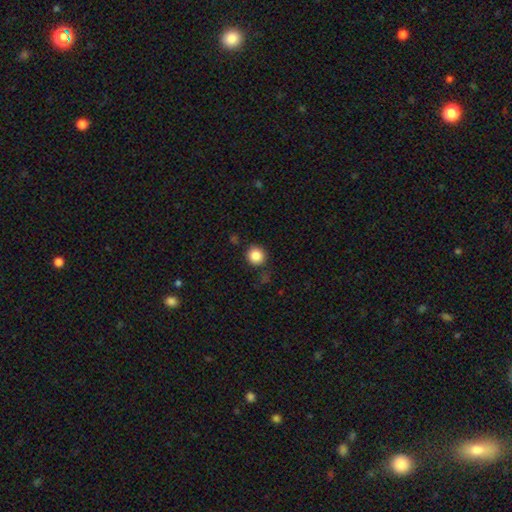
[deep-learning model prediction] Morphology: type=smooth (85%); roundness=round (91%); merging=none (86%).